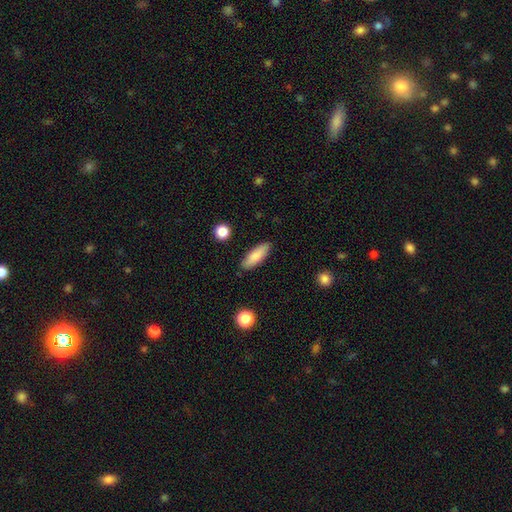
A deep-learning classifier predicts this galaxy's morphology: type=smooth (84%); roundness=in between (57%); merging=none (87%).